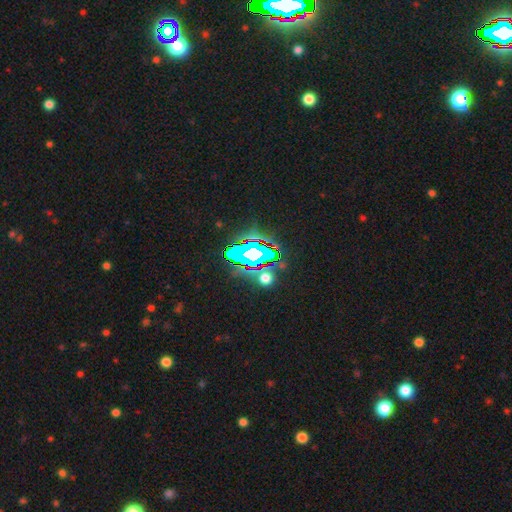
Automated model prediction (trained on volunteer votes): Smooth or featured? star or artifact (65%)